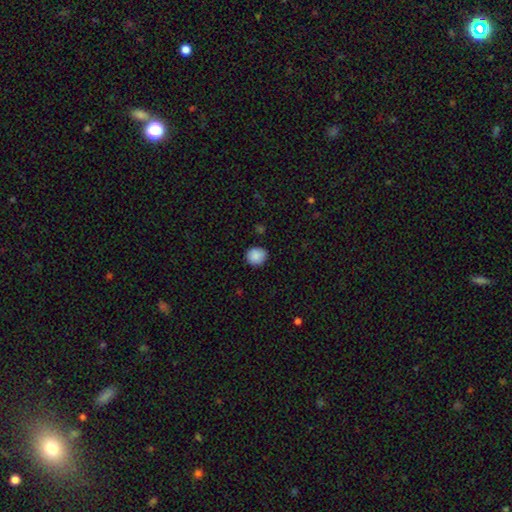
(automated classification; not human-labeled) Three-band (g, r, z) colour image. It shows a smooth galaxy with no disk features (89%) that is round (82%). Merging: none (87%).